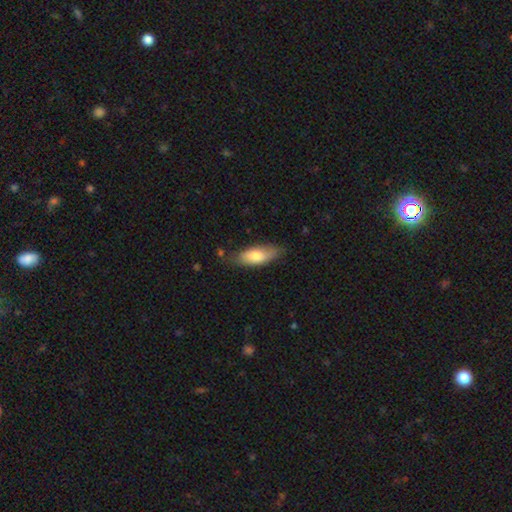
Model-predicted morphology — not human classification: This is likely a smooth galaxy (74%). How rounded: likely in between (74%). Merging: likely none (73%).